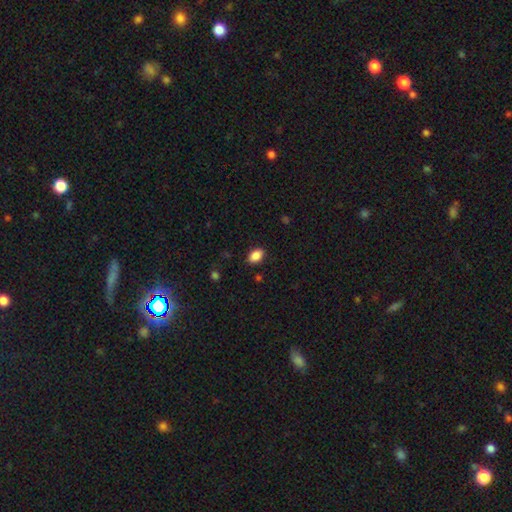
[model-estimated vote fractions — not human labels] Smooth or featured?
  - smooth: 88% *
  - star or artifact: 8%
  - featured or disk: 4%
How rounded?
  - in between: 86% *
  - round: 13%
  - cigar-shaped: 1%
Merging?
  - none: 87% *
  - minor disturbance: 10%
  - major disturbance: 2%
  - merger: 1%